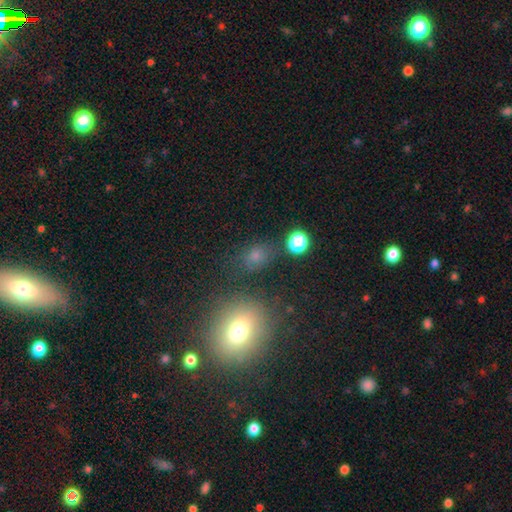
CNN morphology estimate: Smooth or featured: smooth — 61% (star or artifact — 28%)
How rounded: round — 51% (in between — 46%)
Merging: none — 76% (minor disturbance — 13%)